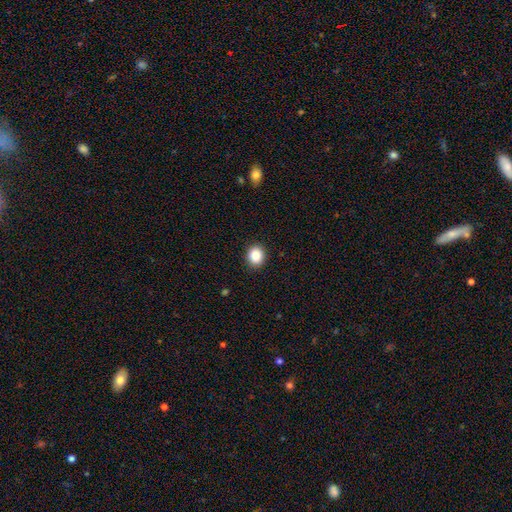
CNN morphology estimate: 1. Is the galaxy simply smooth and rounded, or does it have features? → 87% smooth, 9% star or artifact, 4% featured or disk.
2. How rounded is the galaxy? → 71% round, 28% in between, 1% cigar-shaped.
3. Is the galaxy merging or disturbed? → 91% none, 6% minor disturbance, 2% major disturbance, 1% merger.